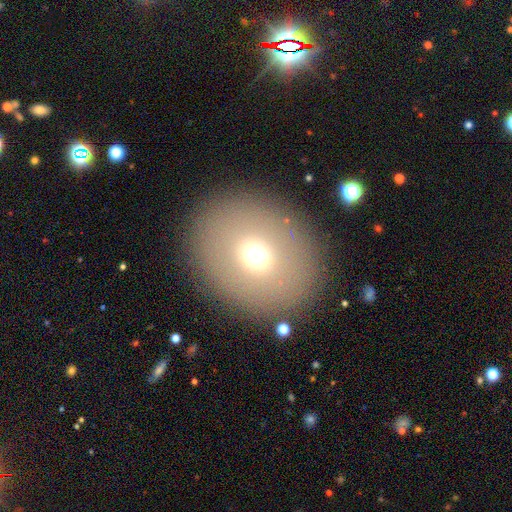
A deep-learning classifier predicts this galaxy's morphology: type=smooth (66%); roundness=round (58%); merging=none (87%).